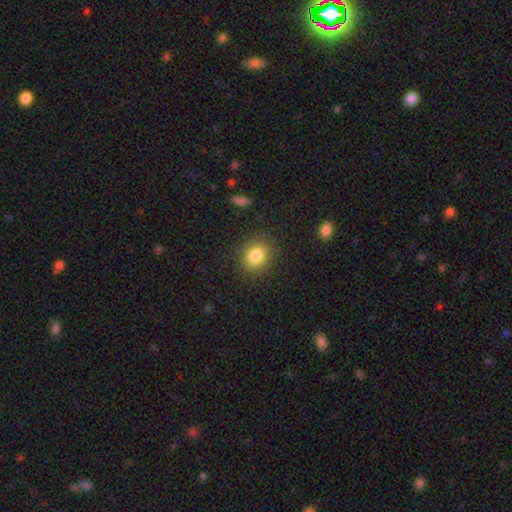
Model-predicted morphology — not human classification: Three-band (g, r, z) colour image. It shows a smooth galaxy with no disk features (84%) that is round (62%). Merging: none (86%).